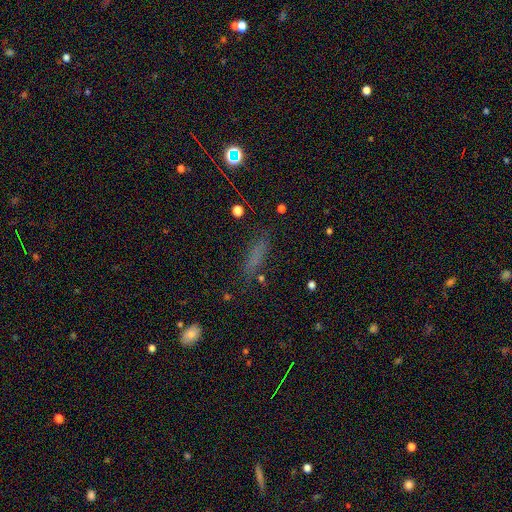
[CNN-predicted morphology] Q: Smooth or featured?
A: smooth (67%); runner-up: star or artifact (19%)
Q: How rounded?
A: cigar-shaped (68%); runner-up: in between (28%)
Q: Merging?
A: none (78%); runner-up: minor disturbance (14%)